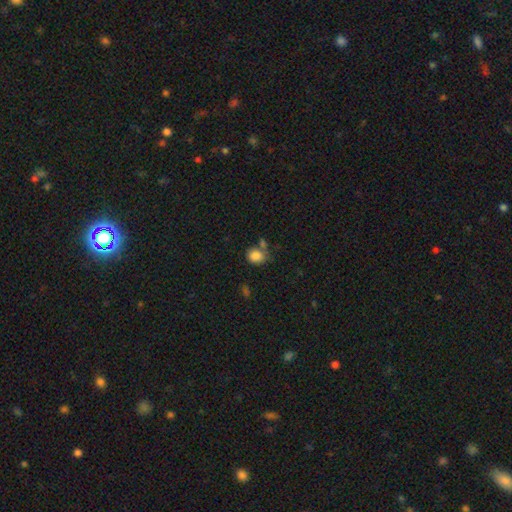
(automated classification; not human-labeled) This appears to be a smooth galaxy with no disk features (85%) that is round (54%). Merging: none (56%).